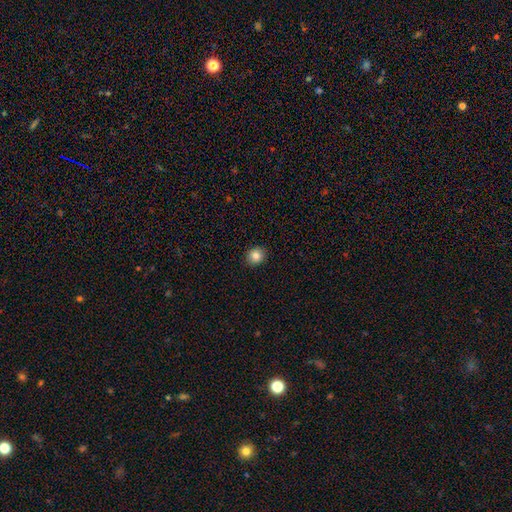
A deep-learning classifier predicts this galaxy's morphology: Smooth or featured? Predicted: smooth (p=0.84). How rounded? Predicted: round (p=0.82). Merging? Predicted: none (p=0.92).